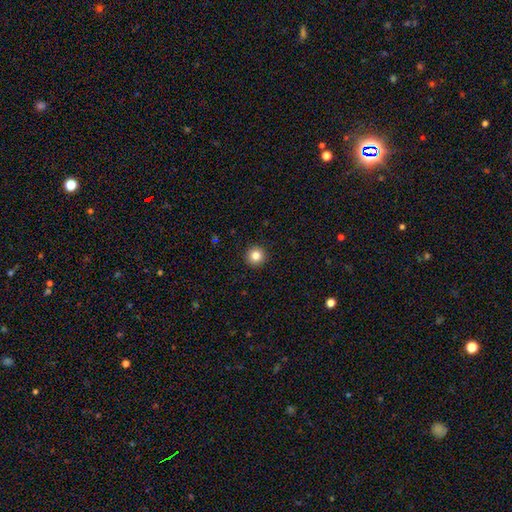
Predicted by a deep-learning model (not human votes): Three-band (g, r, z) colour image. It shows a smooth galaxy with no disk features (84%) that is round (96%). Merging: none (94%).